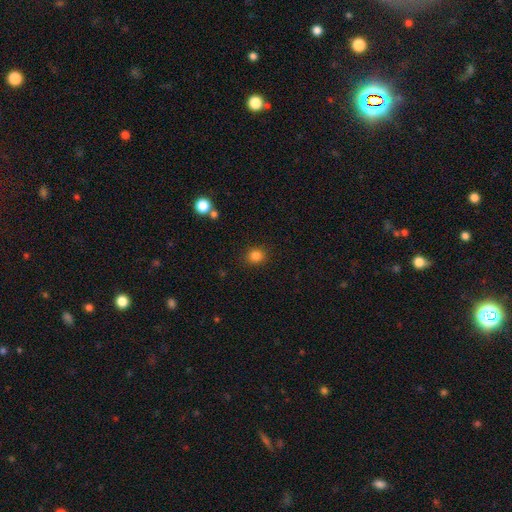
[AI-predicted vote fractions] Q: Smooth or featured?
A: smooth (84%); runner-up: star or artifact (12%)
Q: How rounded?
A: round (82%); runner-up: in between (17%)
Q: Merging?
A: none (89%); runner-up: minor disturbance (7%)